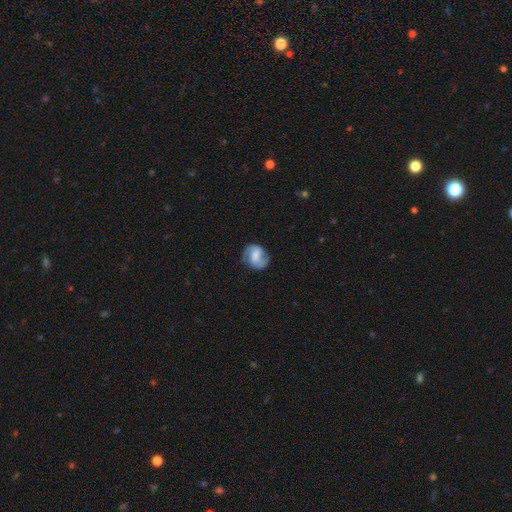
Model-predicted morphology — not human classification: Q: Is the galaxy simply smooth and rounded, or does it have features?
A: featured or disk — 56%.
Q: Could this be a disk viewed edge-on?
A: no — 97%.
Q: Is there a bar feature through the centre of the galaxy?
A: weak — 46%.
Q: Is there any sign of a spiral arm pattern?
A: yes — 85%.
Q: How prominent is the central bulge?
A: moderate — 29%.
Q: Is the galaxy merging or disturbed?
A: none — 71%.